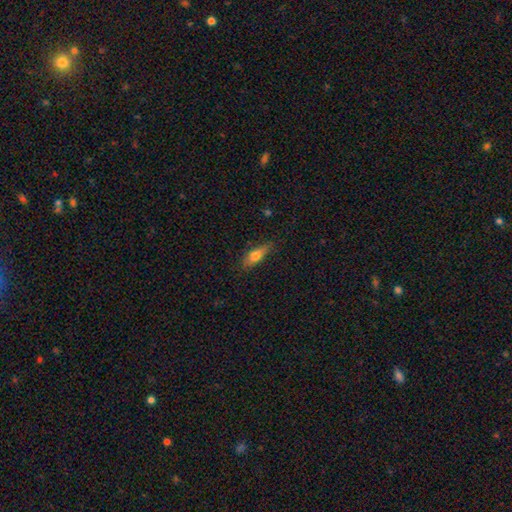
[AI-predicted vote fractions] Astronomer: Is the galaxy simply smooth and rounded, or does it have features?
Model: smooth — 69%.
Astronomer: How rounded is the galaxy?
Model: in between — 56% (runner-up: cigar-shaped, 40%).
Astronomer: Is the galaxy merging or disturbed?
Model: none — 75%.